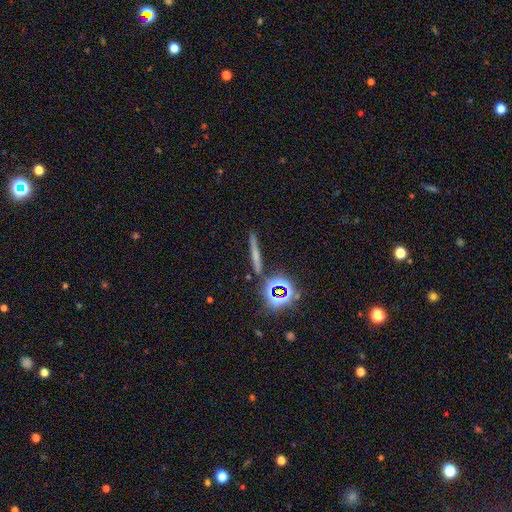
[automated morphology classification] smooth-or-featured: smooth: 46% | featured or disk: 30% | star or artifact: 24%
  merging: none: 84% | minor disturbance: 9% | merger: 5% | major disturbance: 3%